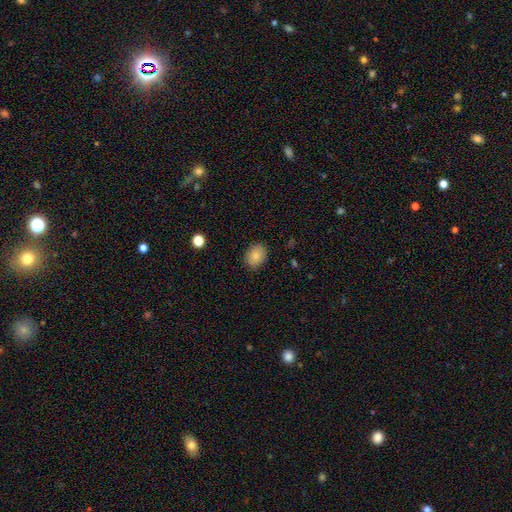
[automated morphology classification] This appears to be a smooth galaxy with no disk features (85%) that is in between round and cigar-shaped (63%). Merging: none (86%).